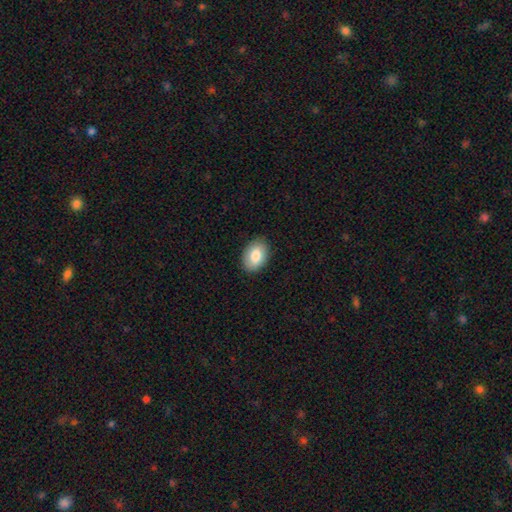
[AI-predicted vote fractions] Overall: smooth (83%). How rounded: in between (84%). Merging: none (87%).